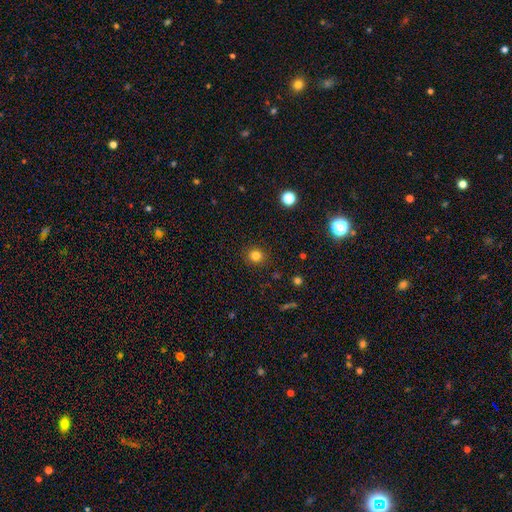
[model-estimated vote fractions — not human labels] Overall: smooth (81%). How rounded: round (85%). Merging: none (89%).